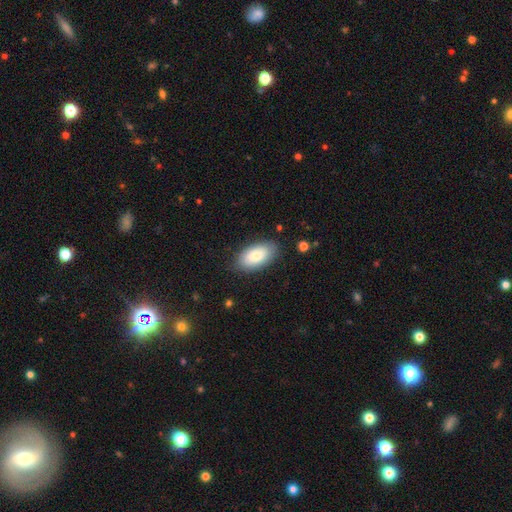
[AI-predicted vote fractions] A smooth galaxy with no disk features (78%) that is in between round and cigar-shaped (94%).

Vote fractions:
- Smooth or featured? smooth: 78% / featured or disk: 15% / star or artifact: 6%
- How rounded? in between: 94% / round: 3% / cigar-shaped: 2%
- Merging? none: 84% / minor disturbance: 12% / major disturbance: 3% / merger: 1%